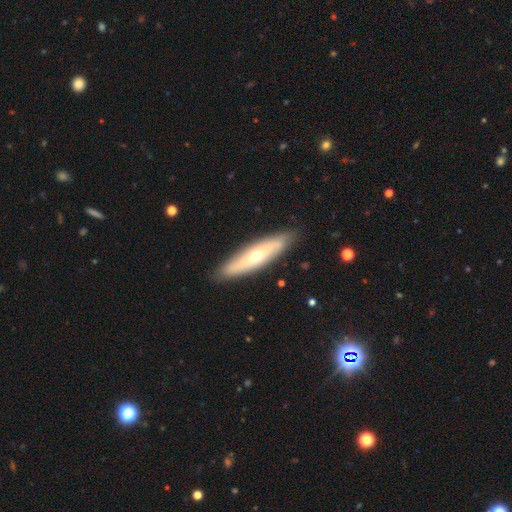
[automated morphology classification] Smooth or featured?
  - featured or disk: 51% *
  - smooth: 44%
  - star or artifact: 5%
Edge-on disk?
  - yes: 60% *
  - no: 40%
Merging?
  - none: 88% *
  - minor disturbance: 9%
  - major disturbance: 2%
  - merger: 1%